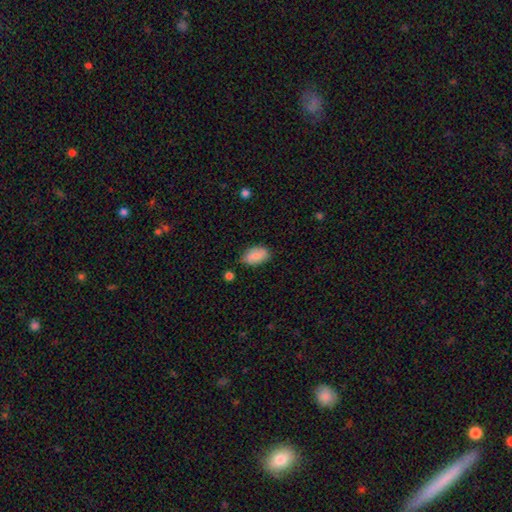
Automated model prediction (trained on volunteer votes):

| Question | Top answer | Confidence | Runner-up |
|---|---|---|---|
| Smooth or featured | smooth | 82% | featured or disk (11%) |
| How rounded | in between | 92% | round (6%) |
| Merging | none | 75% | minor disturbance (19%) |